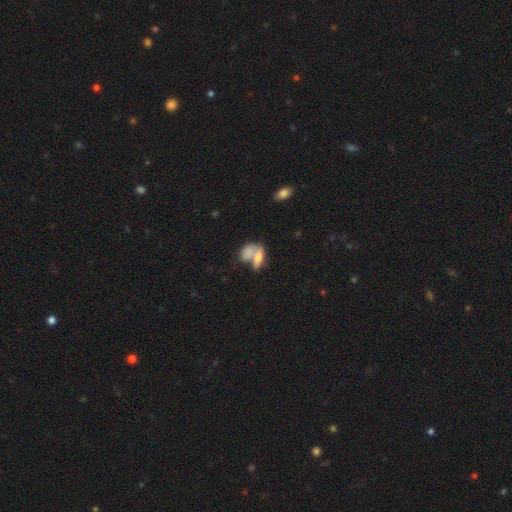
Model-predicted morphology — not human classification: Smooth or featured? smooth (69%)
How rounded? in between (77%)
Merging? merger (61%)